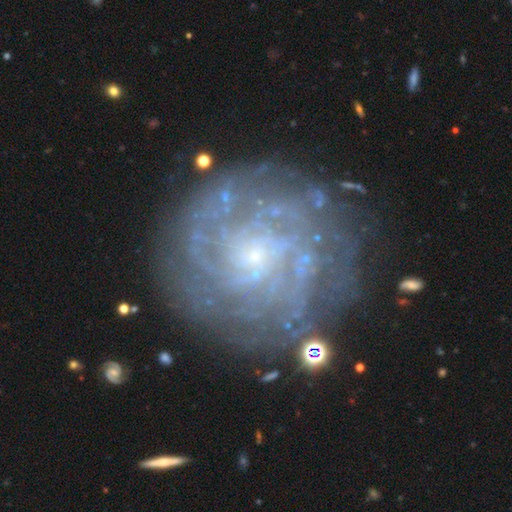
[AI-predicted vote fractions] A featured or disk galaxy (85%) with no bar (70%), tight (75%) spiral arms (94%) and a small central bulge (83%).

Vote fractions:
- Smooth or featured? featured or disk: 85% / smooth: 8% / star or artifact: 7%
- Edge-on disk? no: 98% / yes: 2%
- Bar? no: 70% / weak: 24% / strong: 6%
- Spiral arms? yes: 94% / no: 6%
- Spiral winding? tight: 75% / medium: 20% / loose: 6%
- Spiral arm count? can't tell: 35% / 4: 17% / more than 4: 16% / 3: 12% / 2: 11% / 1: 8%
- Bulge size? small: 83% / moderate: 8% / none: 7% / large: 1% / dominant: 1%
- Merging? none: 78% / minor disturbance: 13% / major disturbance: 6% / merger: 2%